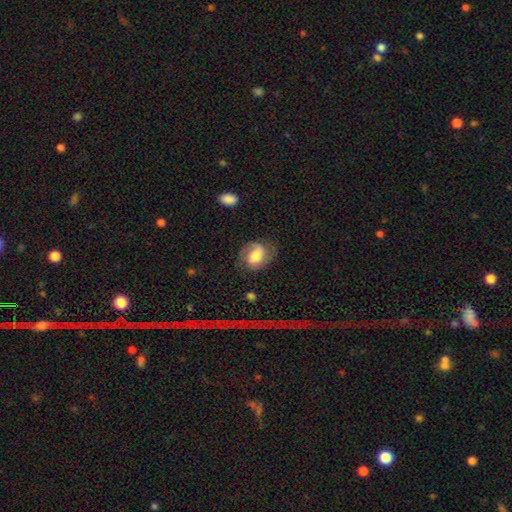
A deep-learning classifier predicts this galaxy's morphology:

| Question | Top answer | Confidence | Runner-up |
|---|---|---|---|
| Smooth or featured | featured or disk | 51% | smooth (41%) |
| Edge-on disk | no | 97% | yes (3%) |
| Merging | none | 66% | minor disturbance (22%) |